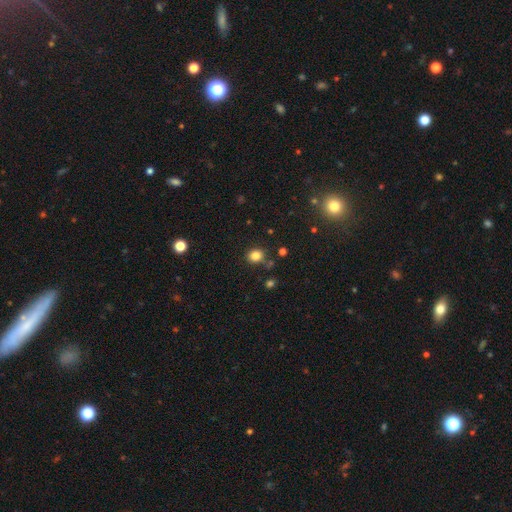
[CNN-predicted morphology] A smooth galaxy with no disk features (82%) that is round (66%).

Vote fractions:
- Smooth or featured? smooth: 82% / star or artifact: 13% / featured or disk: 5%
- How rounded? round: 66% / in between: 33% / cigar-shaped: 1%
- Merging? none: 80% / minor disturbance: 11% / merger: 6% / major disturbance: 3%